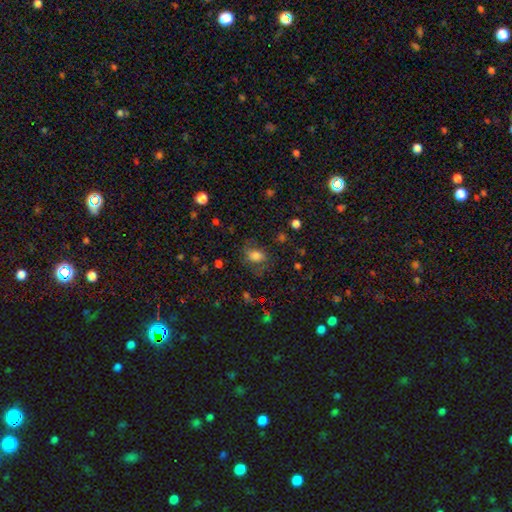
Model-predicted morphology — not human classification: smooth_or_featured: smooth (p=0.71) [alt: featured or disk p=0.15]
how_rounded: in between (p=0.63) [alt: round p=0.36]
merging: none (p=0.61) [alt: minor disturbance p=0.22]